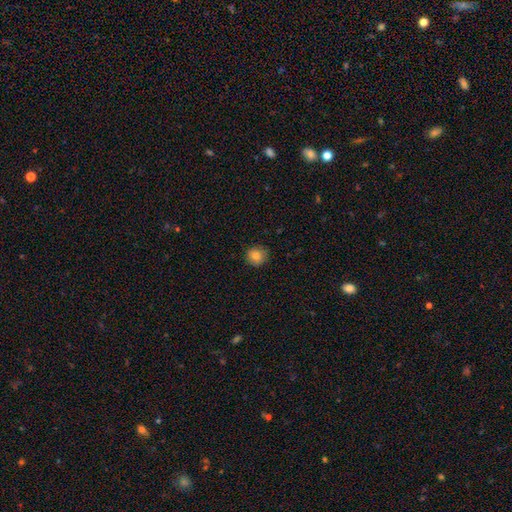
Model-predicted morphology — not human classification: The model was most divided on "smooth or featured": smooth: 83%, star or artifact: 10%, featured or disk: 7%. More confident: how rounded — round (90%); merging — none (86%).